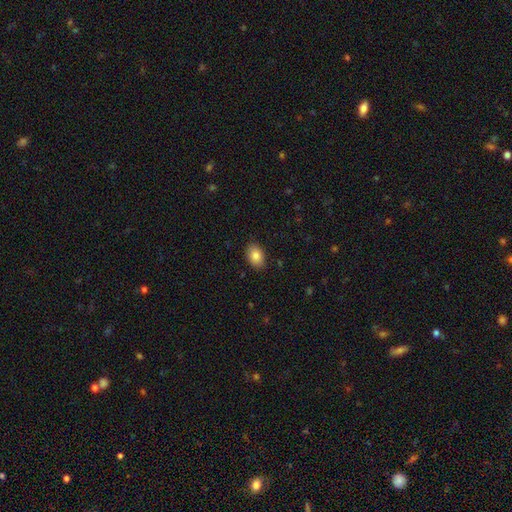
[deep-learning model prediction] Smooth or featured? Predicted: smooth (p=0.85). How rounded? Predicted: in between (p=0.80). Merging? Predicted: none (p=0.87).